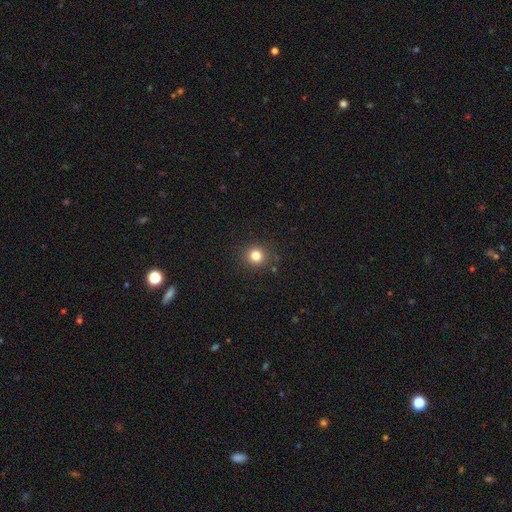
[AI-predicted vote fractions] Smooth or featured? Predicted: smooth (p=0.81). How rounded? Predicted: round (p=0.91). Merging? Predicted: none (p=0.89).